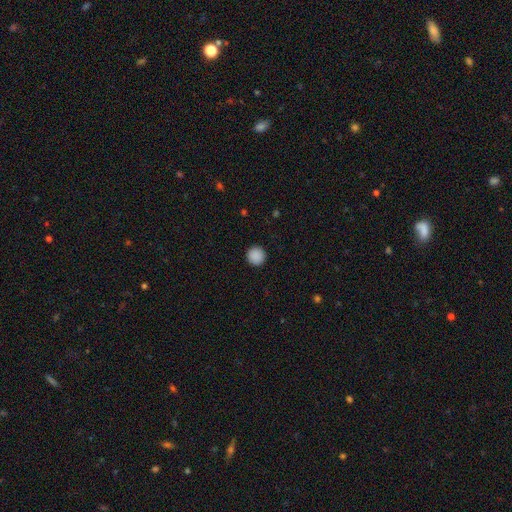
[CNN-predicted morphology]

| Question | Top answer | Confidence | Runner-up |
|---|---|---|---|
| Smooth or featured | smooth | 89% | star or artifact (8%) |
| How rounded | round | 95% | in between (4%) |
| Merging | none | 93% | minor disturbance (5%) |